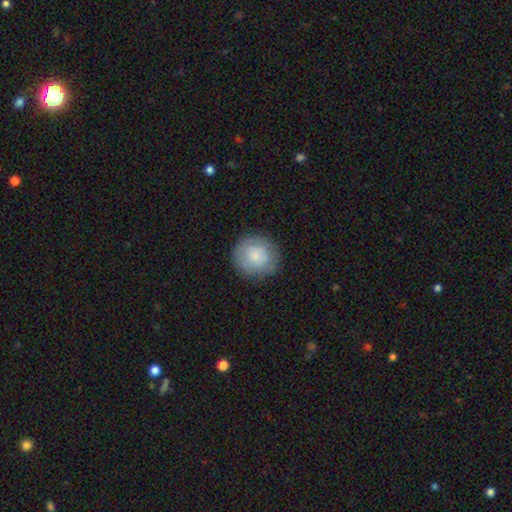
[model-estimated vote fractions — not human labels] Morphology: type=smooth (75%); roundness=round (91%); merging=none (81%).